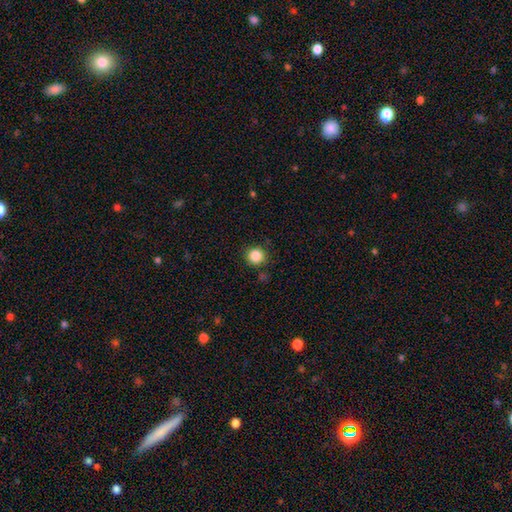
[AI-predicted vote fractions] smooth 86%, star or artifact 11%, featured or disk 4%. Down the decision tree: how rounded — round (94%); merging — none (89%).